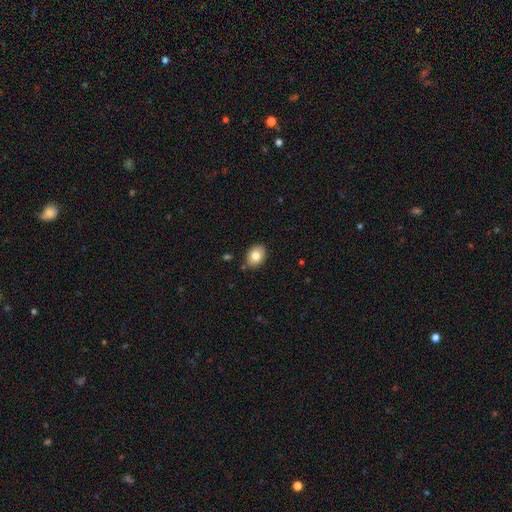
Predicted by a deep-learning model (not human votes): Overall: smooth (81%). How rounded: in between (61%; round 38%). Merging: none (86%).